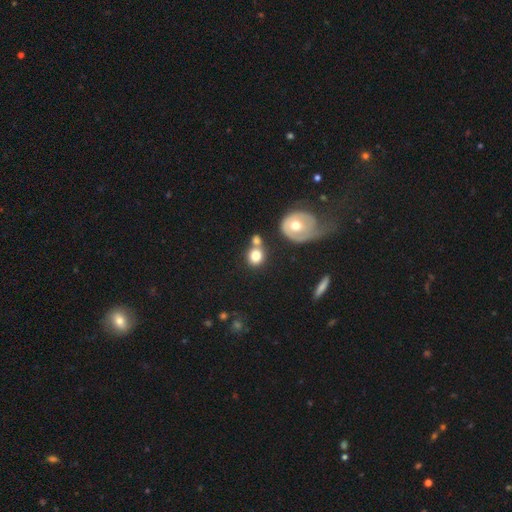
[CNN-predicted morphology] smooth_or_featured: smooth (p=0.76) [alt: featured or disk p=0.15]
how_rounded: round (p=0.71) [alt: in between p=0.27]
merging: none (p=0.47) [alt: merger p=0.36]